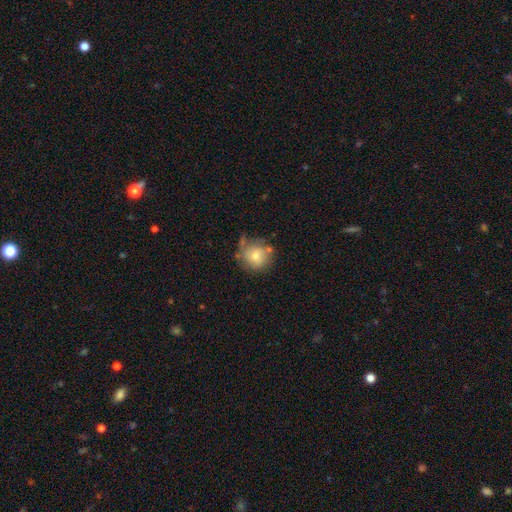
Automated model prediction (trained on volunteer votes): Smooth or featured? smooth (72%)
How rounded? round (86%)
Merging? none (55%)